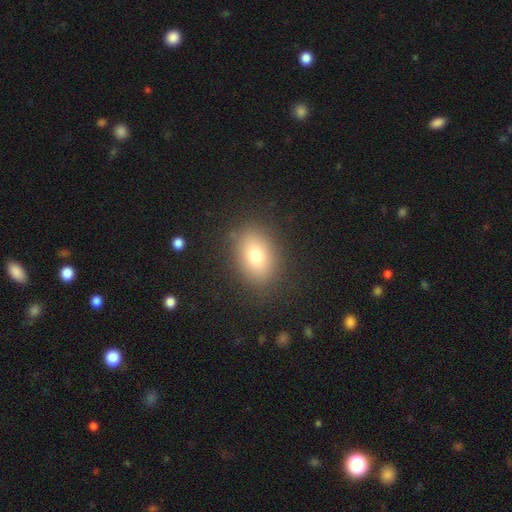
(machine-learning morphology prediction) The model was most divided on "how rounded": in between: 75%, round: 24%, cigar-shaped: 1%. More confident: merging — none (86%); smooth or featured — smooth (75%).